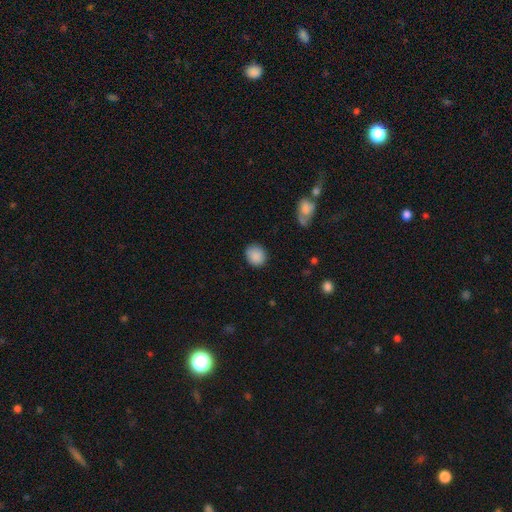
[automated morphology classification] Smooth or featured? Predicted: smooth (p=0.88). How rounded? Predicted: round (p=0.72). Merging? Predicted: none (p=0.84).